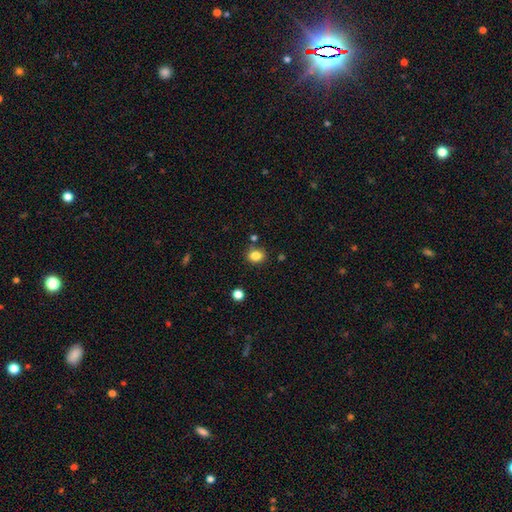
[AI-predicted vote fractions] Q: Smooth or featured?
A: smooth (83%); runner-up: star or artifact (11%)
Q: How rounded?
A: round (61%); runner-up: in between (38%)
Q: Merging?
A: none (79%); runner-up: minor disturbance (11%)